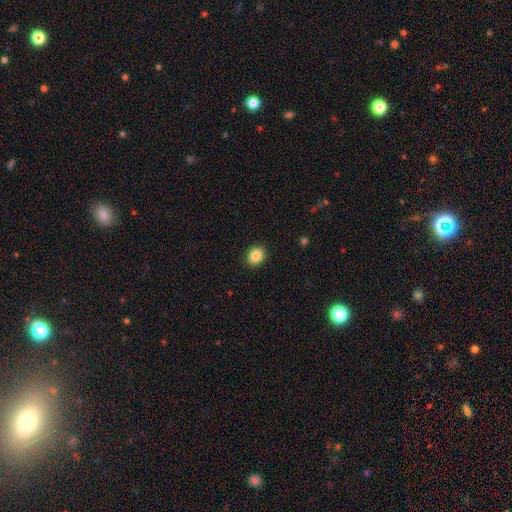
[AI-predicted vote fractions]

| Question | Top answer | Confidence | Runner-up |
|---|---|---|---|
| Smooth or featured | smooth | 87% | star or artifact (9%) |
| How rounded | round | 60% | in between (40%) |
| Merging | none | 90% | minor disturbance (7%) |